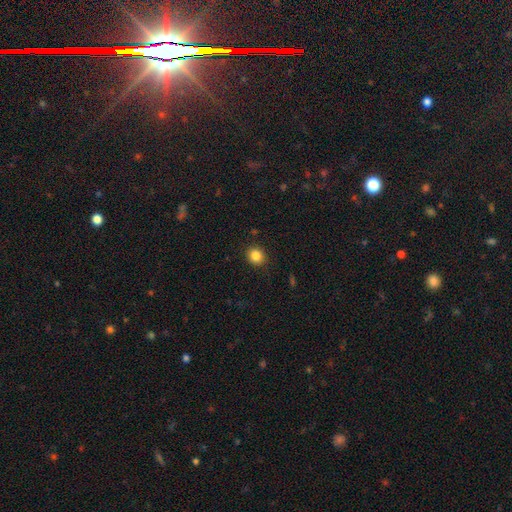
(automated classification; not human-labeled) smooth 85%, star or artifact 11%, featured or disk 5%. Down the decision tree: how rounded — round (79%); merging — none (90%).